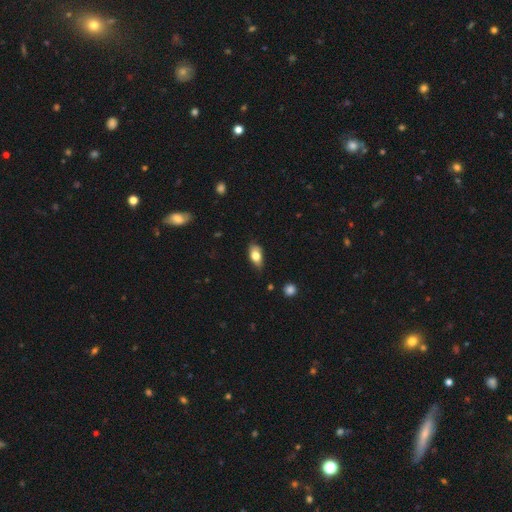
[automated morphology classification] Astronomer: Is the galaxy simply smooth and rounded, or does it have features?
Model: smooth — 74%.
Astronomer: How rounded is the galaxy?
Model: in between — 86%.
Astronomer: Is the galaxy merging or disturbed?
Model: none — 71%.